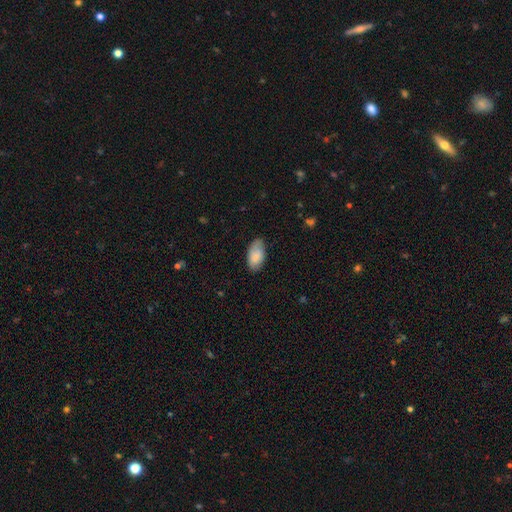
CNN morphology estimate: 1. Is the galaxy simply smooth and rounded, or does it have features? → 85% smooth, 9% featured or disk, 6% star or artifact.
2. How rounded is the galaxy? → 94% in between, 3% cigar-shaped, 3% round.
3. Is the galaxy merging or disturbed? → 72% none, 22% minor disturbance, 4% major disturbance, 1% merger.